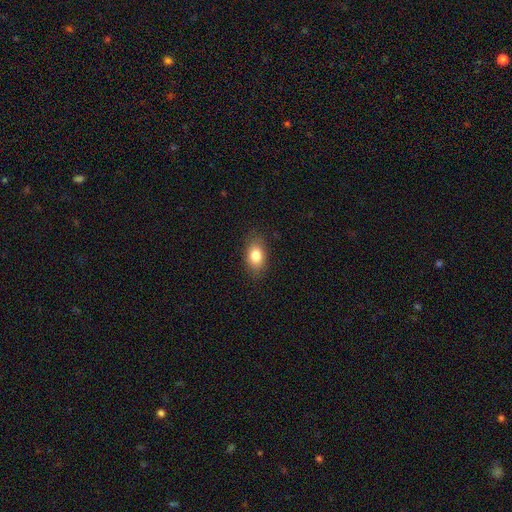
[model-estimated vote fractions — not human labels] Morphology: type=smooth (83%); roundness=in between (84%); merging=none (84%).